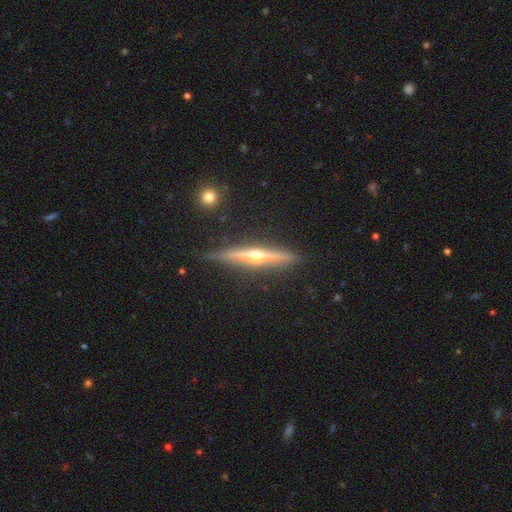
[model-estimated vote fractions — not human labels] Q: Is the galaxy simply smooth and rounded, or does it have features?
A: featured or disk — 79%.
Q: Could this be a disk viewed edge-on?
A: yes — 97%.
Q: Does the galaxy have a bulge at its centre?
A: rounded — 91%.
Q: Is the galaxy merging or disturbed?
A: none — 85%.